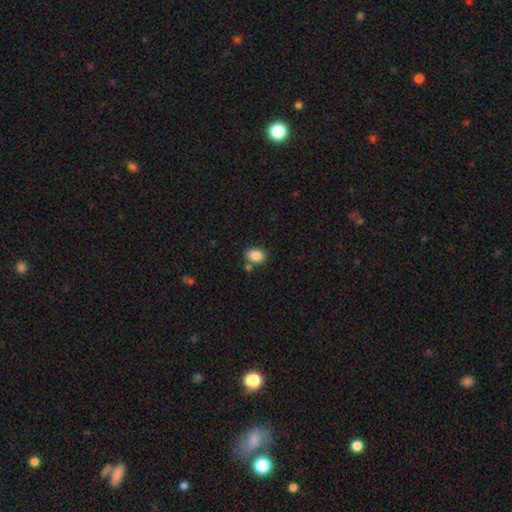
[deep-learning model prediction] This appears to be a smooth galaxy with no disk features (86%) that is in between round and cigar-shaped (74%). Merging: none (71%).